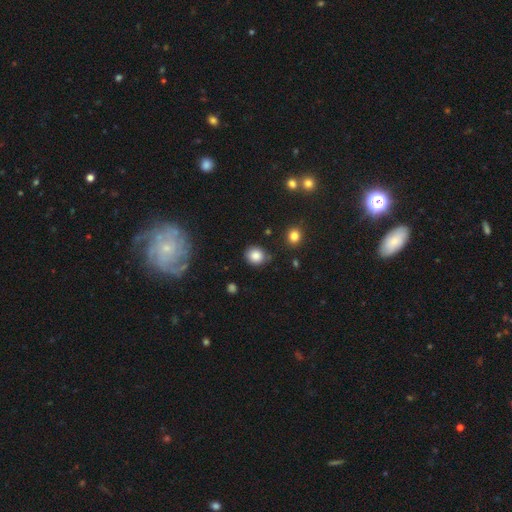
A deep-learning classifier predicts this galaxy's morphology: smooth_or_featured: smooth (p=0.84) [alt: star or artifact p=0.10]
how_rounded: round (p=0.77) [alt: in between p=0.22]
merging: none (p=0.77) [alt: minor disturbance p=0.16]